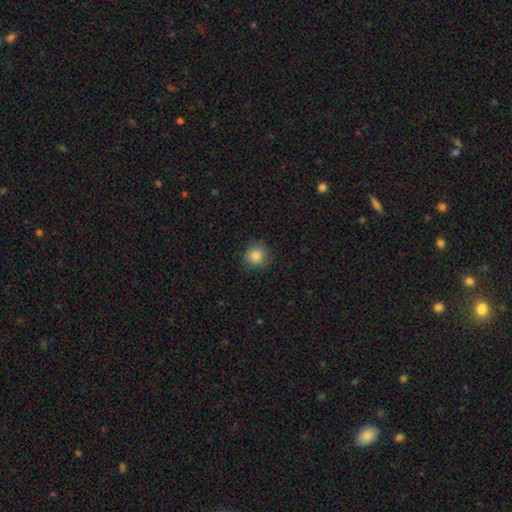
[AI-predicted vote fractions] smooth-or-featured: smooth: 85% | star or artifact: 9% | featured or disk: 6%
  how-rounded: round: 92% | in between: 7% | cigar-shaped: 1%
  merging: none: 82% | minor disturbance: 14% | major disturbance: 4% | merger: 1%